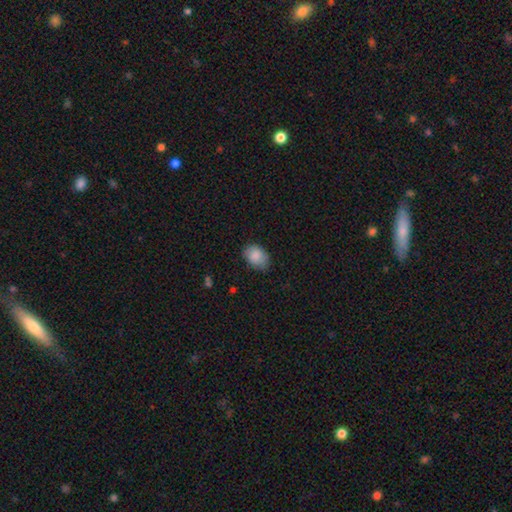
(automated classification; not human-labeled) Smooth or featured?
  - smooth: 87% *
  - star or artifact: 7%
  - featured or disk: 6%
How rounded?
  - in between: 78% *
  - round: 21%
  - cigar-shaped: 1%
Merging?
  - none: 73% *
  - minor disturbance: 22%
  - major disturbance: 4%
  - merger: 1%